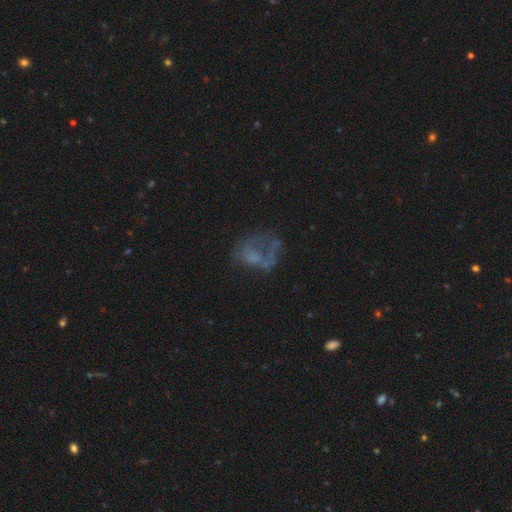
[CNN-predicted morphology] Smooth or featured: featured or disk — 46% (smooth — 34%)
Merging: major disturbance — 43% (none — 33%)